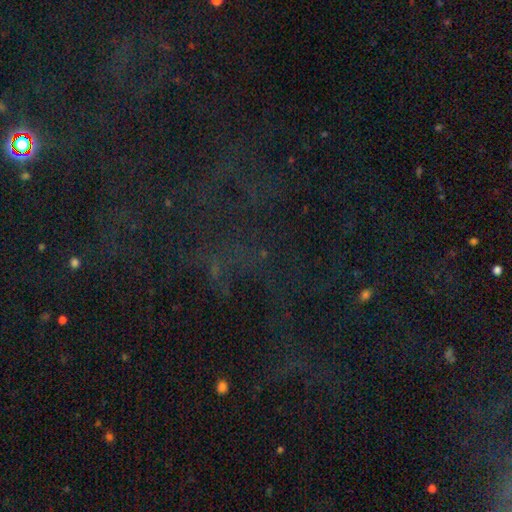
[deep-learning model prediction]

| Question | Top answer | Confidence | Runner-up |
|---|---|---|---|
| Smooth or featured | star or artifact | 71% | smooth (16%) |